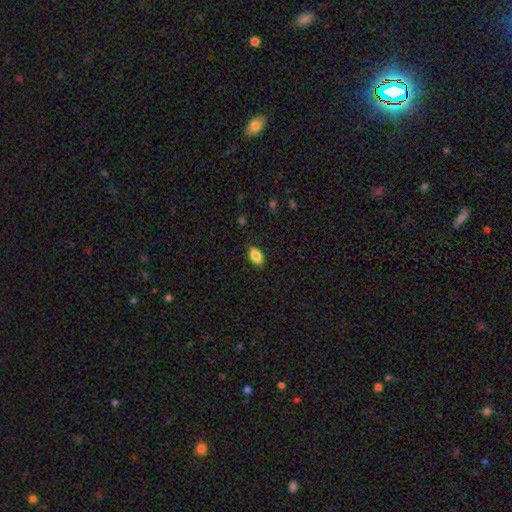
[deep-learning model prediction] A smooth galaxy with no disk features (84%) that is in between round and cigar-shaped (90%). Merging: none (86%).